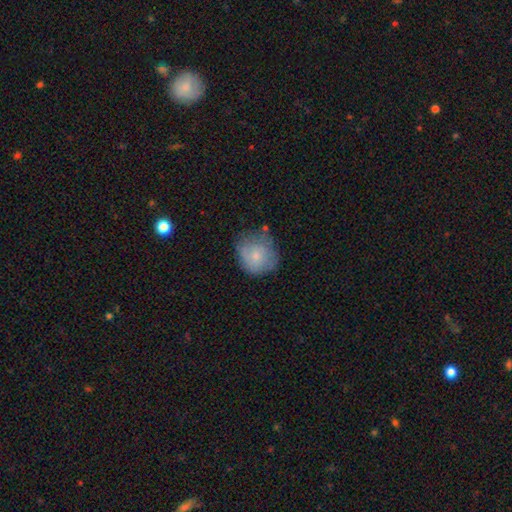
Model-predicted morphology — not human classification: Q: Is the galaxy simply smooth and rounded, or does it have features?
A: smooth — 71%.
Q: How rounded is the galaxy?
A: round — 80%.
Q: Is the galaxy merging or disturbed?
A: none — 55%.